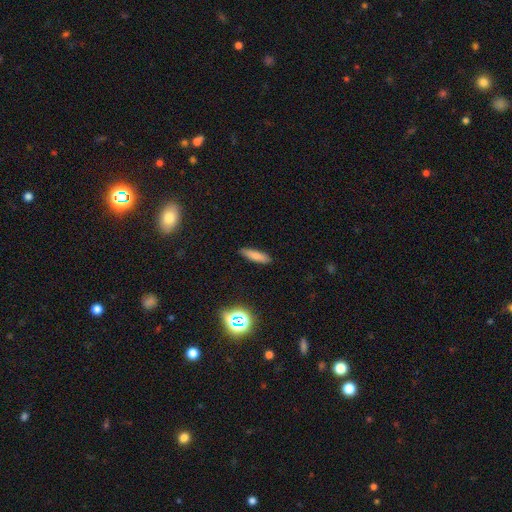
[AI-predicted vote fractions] A smooth galaxy with no disk features (79%) that is cigar-shaped (68%). Merging: none (88%).